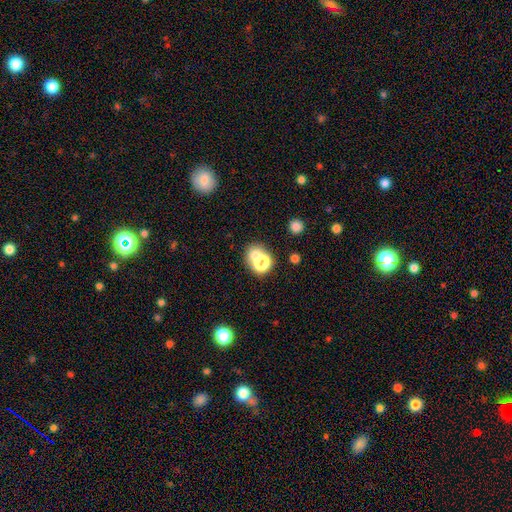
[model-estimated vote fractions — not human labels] Smooth or featured? Predicted: smooth (p=0.68). How rounded? Predicted: round (p=0.59). Merging? Predicted: merger (p=0.51).